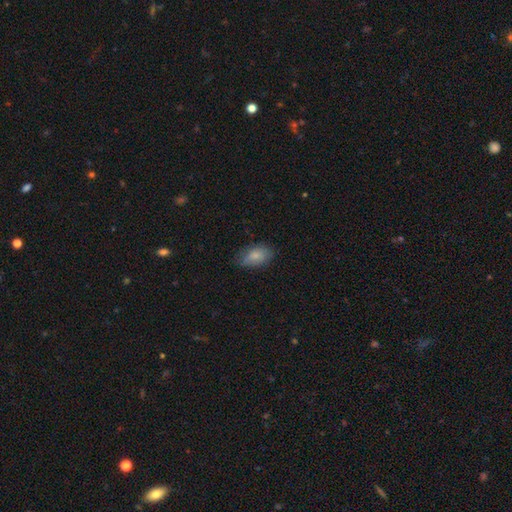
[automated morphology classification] Smooth or featured? smooth (82%)
How rounded? in between (91%)
Merging? none (66%)